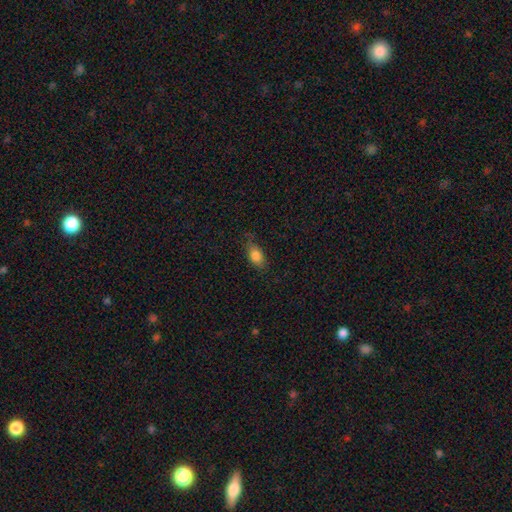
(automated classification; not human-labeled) Q: Smooth or featured?
A: smooth (81%); runner-up: featured or disk (10%)
Q: How rounded?
A: in between (83%); runner-up: round (8%)
Q: Merging?
A: none (70%); runner-up: minor disturbance (23%)